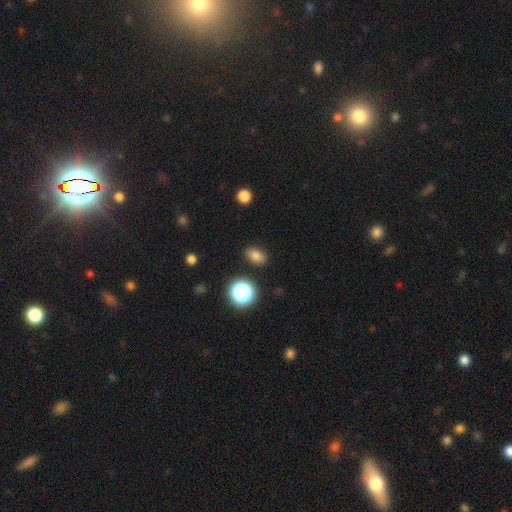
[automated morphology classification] Smooth or featured? Predicted: smooth (p=0.80). How rounded? Predicted: in between (p=0.78). Merging? Predicted: none (p=0.87).